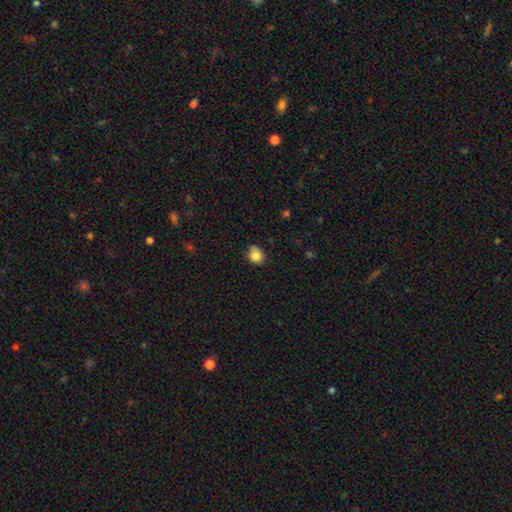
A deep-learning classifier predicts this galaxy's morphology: This appears to be a smooth galaxy with no disk features (83%) that is round (70%). Merging: none (61%).